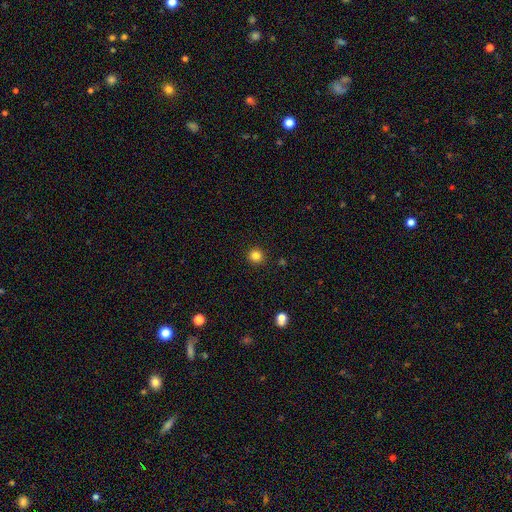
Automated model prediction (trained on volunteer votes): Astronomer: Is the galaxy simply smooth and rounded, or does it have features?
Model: smooth — 83%.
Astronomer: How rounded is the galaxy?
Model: round — 94%.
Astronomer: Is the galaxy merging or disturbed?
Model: none — 93%.